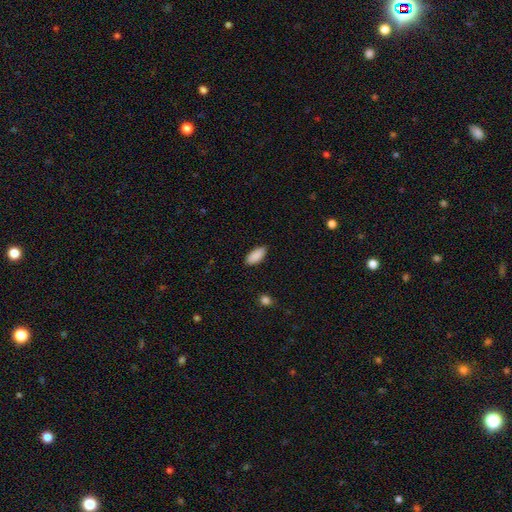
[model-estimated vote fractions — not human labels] smooth 90%, star or artifact 6%, featured or disk 4%. Down the decision tree: how rounded — in between (90%); merging — none (87%).